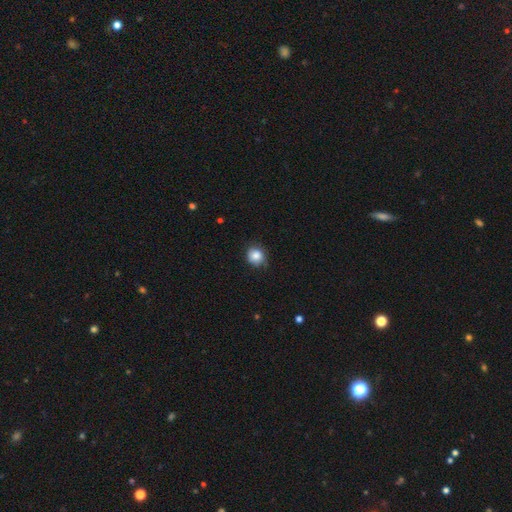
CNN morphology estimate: type=smooth (83%); roundness=round (82%); merging=none (74%).